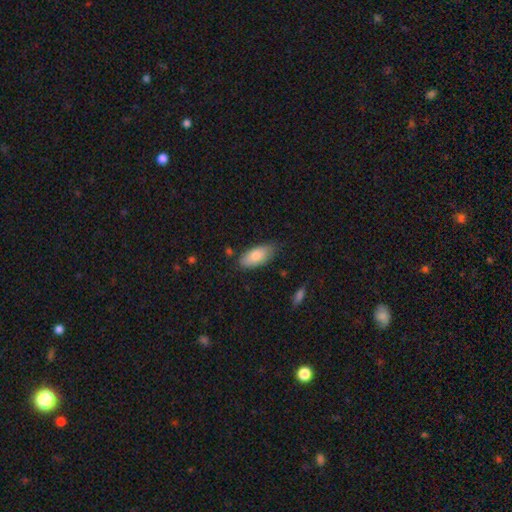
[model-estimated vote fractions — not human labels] Smooth or featured? smooth (79%)
How rounded? in between (91%)
Merging? none (74%)